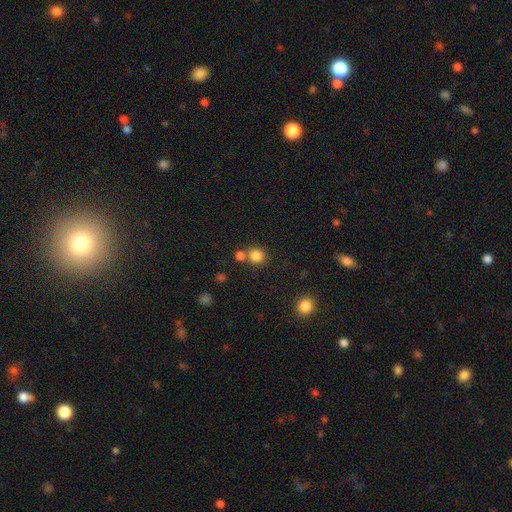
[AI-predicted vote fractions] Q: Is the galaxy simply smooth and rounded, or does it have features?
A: smooth — 83%.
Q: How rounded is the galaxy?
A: round — 87%.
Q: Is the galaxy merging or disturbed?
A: none — 65%.